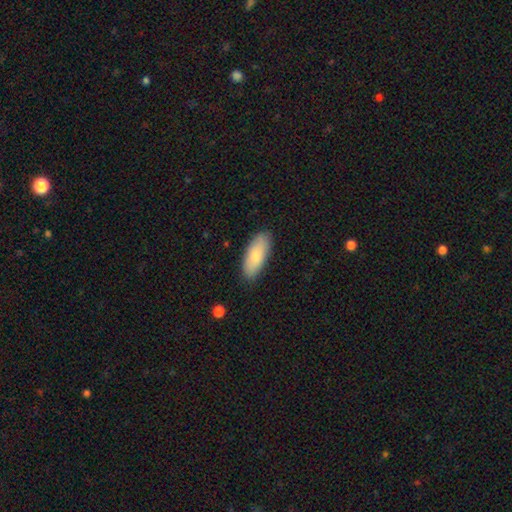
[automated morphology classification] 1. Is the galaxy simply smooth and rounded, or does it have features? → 81% smooth, 13% featured or disk, 6% star or artifact.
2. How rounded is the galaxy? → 80% in between, 18% cigar-shaped, 2% round.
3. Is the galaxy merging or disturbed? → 86% none, 11% minor disturbance, 2% major disturbance, 1% merger.